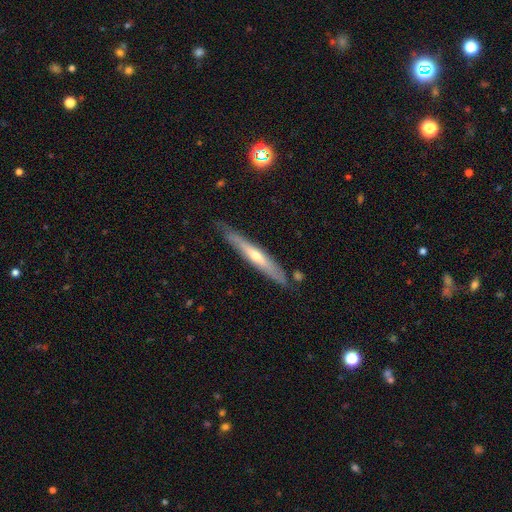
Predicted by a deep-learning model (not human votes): smooth_or_featured: featured or disk (p=0.58) [alt: smooth p=0.37]
disk_edge_on: yes (p=0.88) [alt: no p=0.12]
edge_on_bulge: rounded (p=0.64) [alt: none p=0.32]
merging: none (p=0.80) [alt: minor disturbance p=0.15]